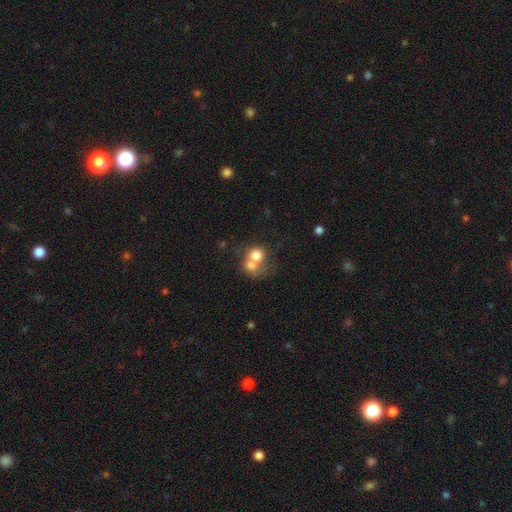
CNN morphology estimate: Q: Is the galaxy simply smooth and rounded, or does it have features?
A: smooth — 70%.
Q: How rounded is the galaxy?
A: round — 69%.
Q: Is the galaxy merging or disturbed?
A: merger — 67%.